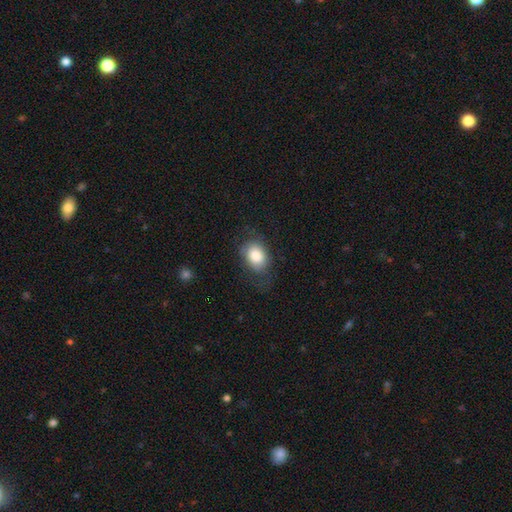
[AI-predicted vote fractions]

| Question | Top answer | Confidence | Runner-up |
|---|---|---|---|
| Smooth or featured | smooth | 76% | featured or disk (17%) |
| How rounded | in between | 68% | round (31%) |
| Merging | none | 60% | minor disturbance (24%) |